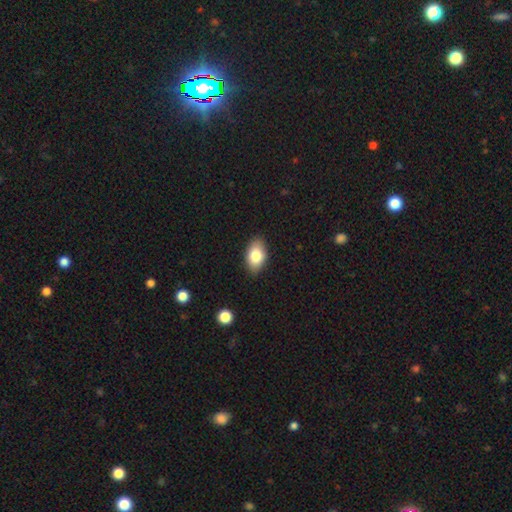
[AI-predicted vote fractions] Morphology: type=smooth (82%); roundness=in between (90%); merging=none (86%).